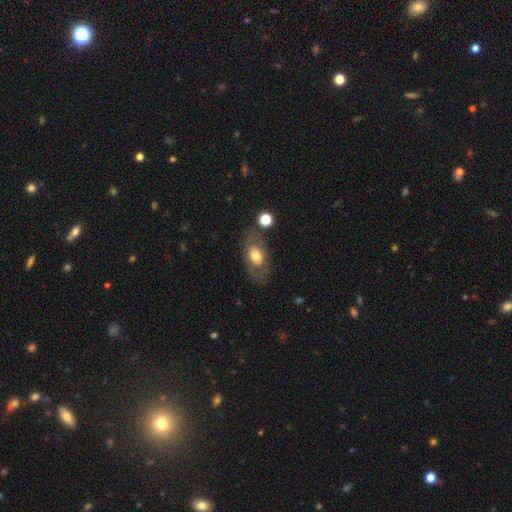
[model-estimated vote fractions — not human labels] The model was most divided on "smooth or featured": smooth: 56%, featured or disk: 37%, star or artifact: 8%. More confident: how rounded — in between (84%); merging — none (74%).